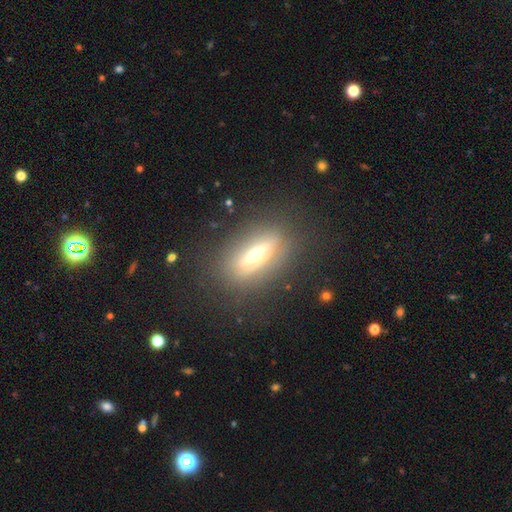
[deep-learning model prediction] Smooth or featured? Predicted: featured or disk (p=0.59). Edge-on disk? Predicted: yes (p=0.74). Merging? Predicted: none (p=0.80).